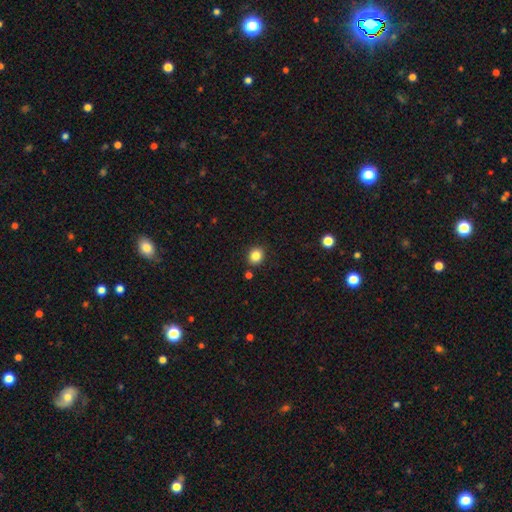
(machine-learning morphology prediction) type=smooth (84%); roundness=round (76%); merging=none (89%).